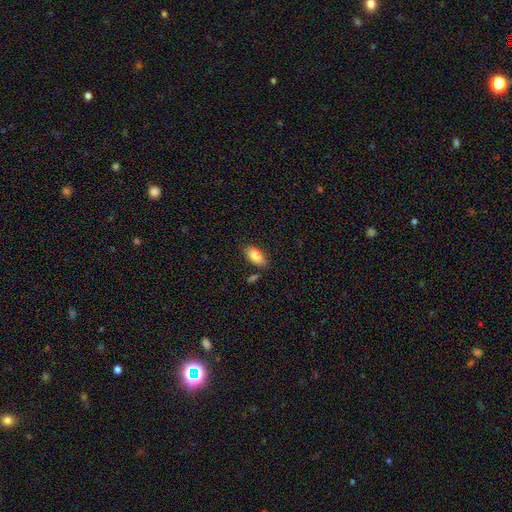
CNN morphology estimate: smooth 81%, featured or disk 12%, star or artifact 7%. Down the decision tree: how rounded — in between (90%); merging — none (80%).